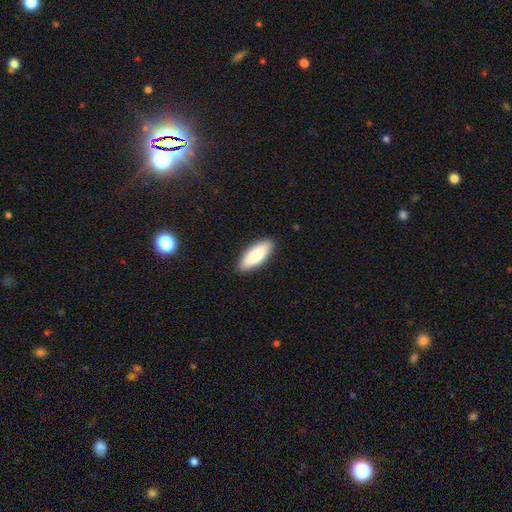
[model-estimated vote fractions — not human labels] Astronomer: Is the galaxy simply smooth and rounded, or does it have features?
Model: smooth — 83%.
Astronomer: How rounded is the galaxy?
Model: in between — 78%.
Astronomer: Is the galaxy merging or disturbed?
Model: none — 89%.